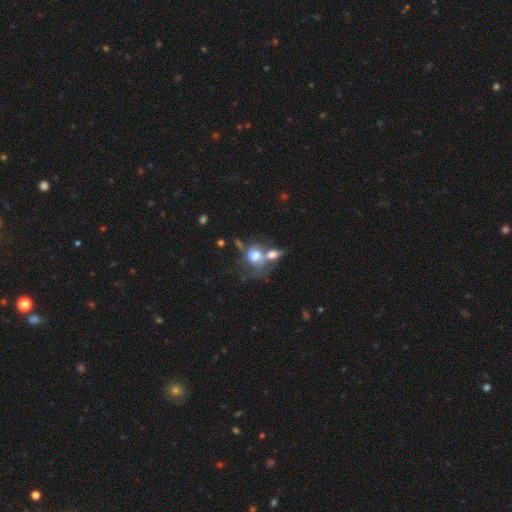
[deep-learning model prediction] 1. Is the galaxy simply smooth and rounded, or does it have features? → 62% smooth, 28% featured or disk, 10% star or artifact.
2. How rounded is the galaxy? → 51% round, 47% in between, 2% cigar-shaped.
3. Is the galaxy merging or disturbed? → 60% merger, 18% none, 12% major disturbance, 10% minor disturbance.